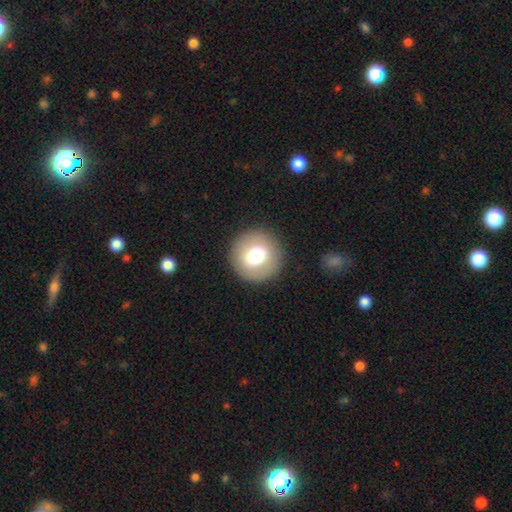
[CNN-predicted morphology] Smooth or featured? smooth (70%)
How rounded? round (94%)
Merging? none (90%)